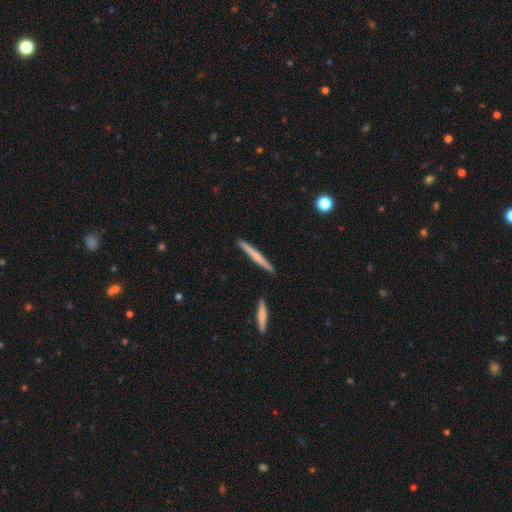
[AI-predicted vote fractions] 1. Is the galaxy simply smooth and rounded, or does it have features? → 52% smooth, 42% featured or disk, 5% star or artifact.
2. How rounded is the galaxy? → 96% cigar-shaped, 2% in between, 1% round.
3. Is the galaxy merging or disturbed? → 90% none, 6% minor disturbance, 2% merger, 1% major disturbance.